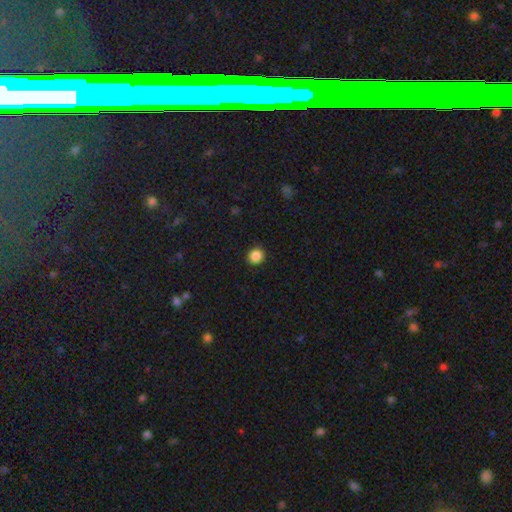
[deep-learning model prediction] A smooth galaxy with no disk features (87%) that is round (90%).

Vote fractions:
- Smooth or featured? smooth: 87% / star or artifact: 10% / featured or disk: 3%
- How rounded? round: 90% / in between: 9% / cigar-shaped: 1%
- Merging? none: 92% / minor disturbance: 6% / major disturbance: 2% / merger: 1%